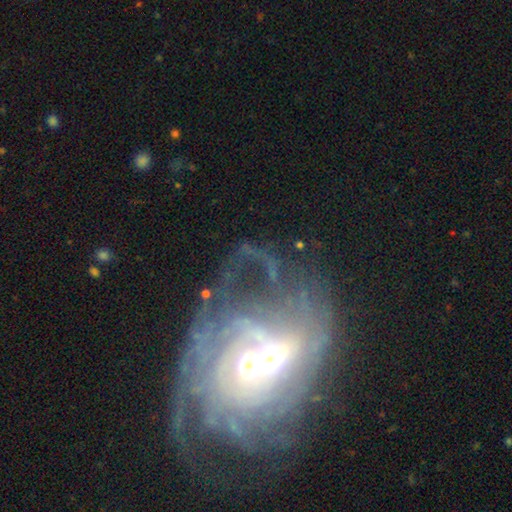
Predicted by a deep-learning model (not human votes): smooth_or_featured: featured or disk (p=0.68) [alt: smooth p=0.17]
disk_edge_on: no (p=0.95) [alt: yes p=0.05]
bar: no (p=0.60) [alt: weak p=0.24]
has_spiral_arms: yes (p=0.54) [alt: no p=0.46]
bulge_size: moderate (p=0.64) [alt: small p=0.18]
merging: merger (p=0.41) [alt: major disturbance p=0.29]